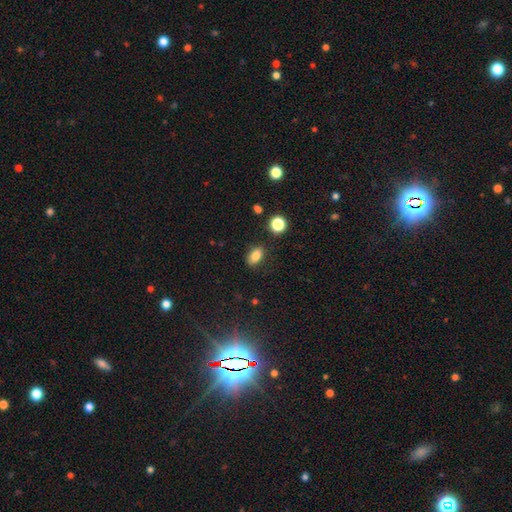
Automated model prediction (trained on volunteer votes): smooth 82%, star or artifact 11%, featured or disk 7%. Down the decision tree: how rounded — in between (85%); merging — none (84%).